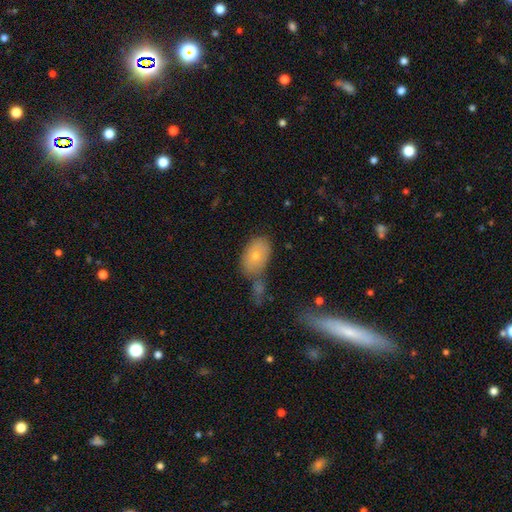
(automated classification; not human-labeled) Overall: smooth (70%). How rounded: in between (86%). Merging: none (50%; merger 24%).